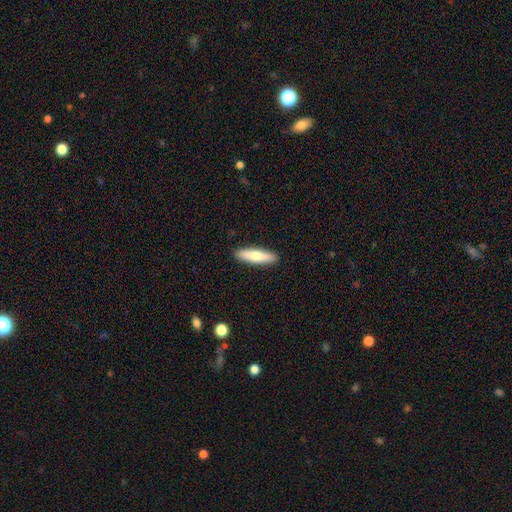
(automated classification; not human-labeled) Smooth or featured? Predicted: smooth (p=0.67). How rounded? Predicted: cigar-shaped (p=0.77). Merging? Predicted: none (p=0.91).